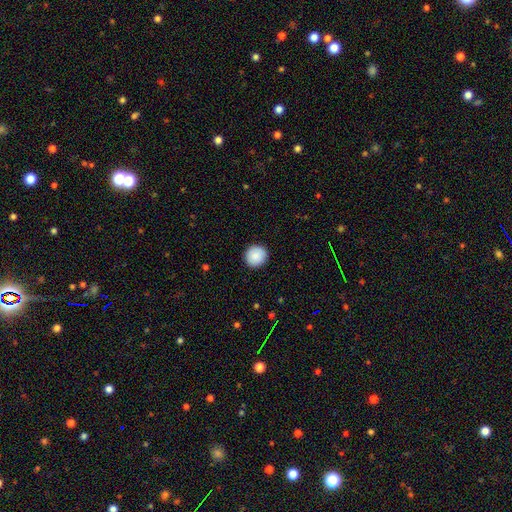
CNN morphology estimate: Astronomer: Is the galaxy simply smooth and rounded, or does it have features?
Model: smooth — 89%.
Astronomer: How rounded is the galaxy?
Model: round — 93%.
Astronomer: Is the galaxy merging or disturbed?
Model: none — 92%.